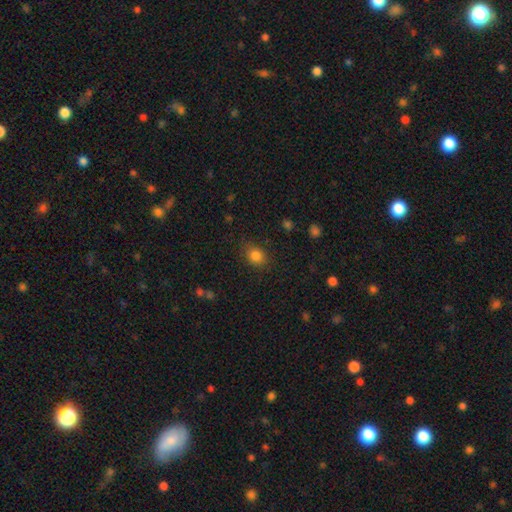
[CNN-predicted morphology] smooth_or_featured: smooth (p=0.83) [alt: star or artifact p=0.12]
how_rounded: round (p=0.53) [alt: in between p=0.46]
merging: none (p=0.81) [alt: minor disturbance p=0.13]